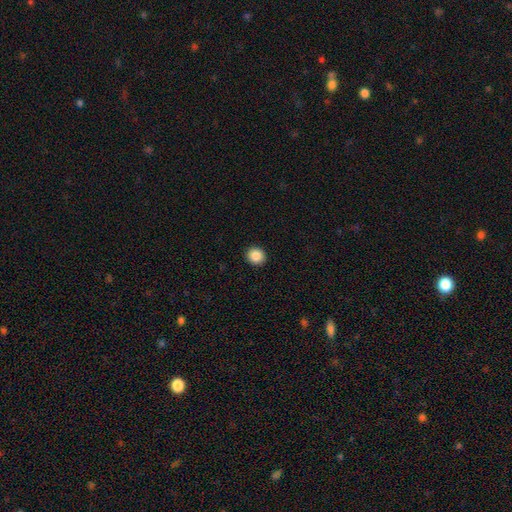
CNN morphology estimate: Smooth or featured? Predicted: smooth (p=0.88). How rounded? Predicted: round (p=0.89). Merging? Predicted: none (p=0.93).